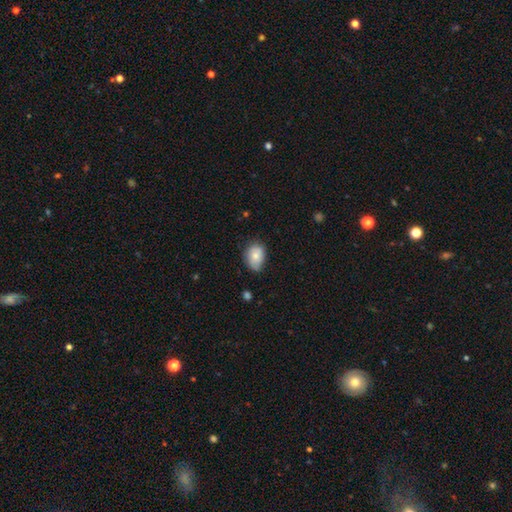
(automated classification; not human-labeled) A smooth galaxy with no disk features (74%) that is in between round and cigar-shaped (72%).

Vote fractions:
- Smooth or featured? smooth: 74% / featured or disk: 18% / star or artifact: 8%
- How rounded? in between: 72% / round: 27% / cigar-shaped: 1%
- Merging? none: 53% / minor disturbance: 37% / major disturbance: 8% / merger: 2%